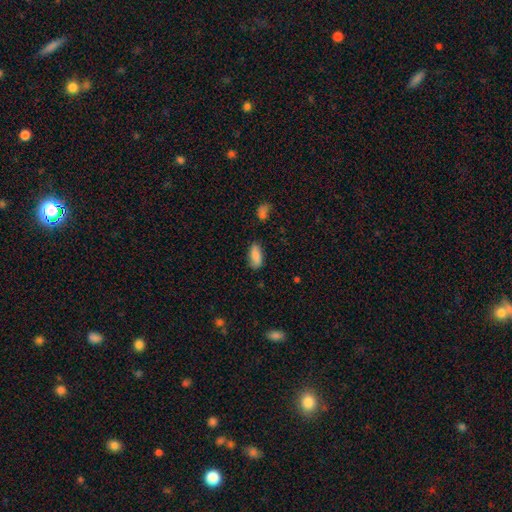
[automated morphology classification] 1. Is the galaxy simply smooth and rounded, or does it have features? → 85% smooth, 8% featured or disk, 7% star or artifact.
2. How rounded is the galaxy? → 86% in between, 11% cigar-shaped, 2% round.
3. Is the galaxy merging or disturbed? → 77% none, 17% minor disturbance, 4% major disturbance, 2% merger.